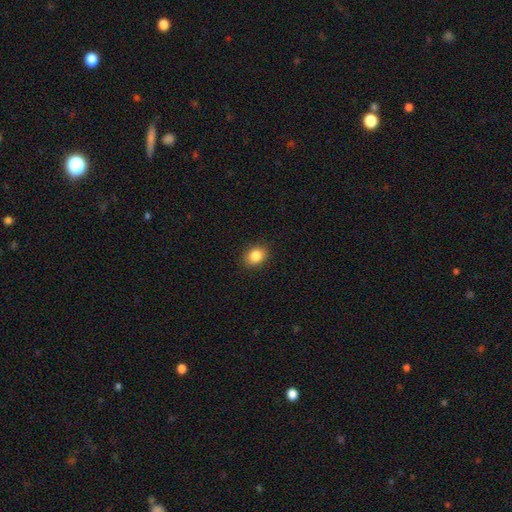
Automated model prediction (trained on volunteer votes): This appears to be a smooth galaxy with no disk features (85%) that is in between round and cigar-shaped (57%). Merging: none (89%).